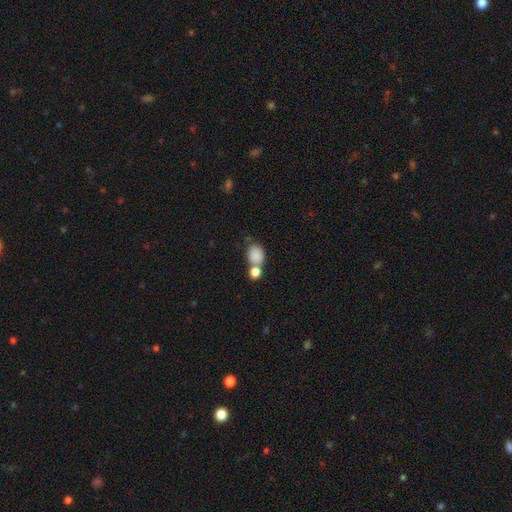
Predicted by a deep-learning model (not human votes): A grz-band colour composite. It shows a smooth galaxy with no disk features (85%) that is in between round and cigar-shaped (62%). Merging: none (51%).